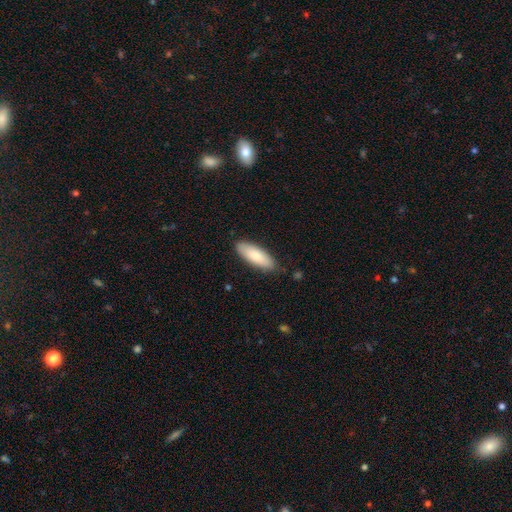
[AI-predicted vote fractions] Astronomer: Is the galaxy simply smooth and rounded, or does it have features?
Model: smooth — 84%.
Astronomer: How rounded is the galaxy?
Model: in between — 66%.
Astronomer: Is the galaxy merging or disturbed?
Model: none — 84%.